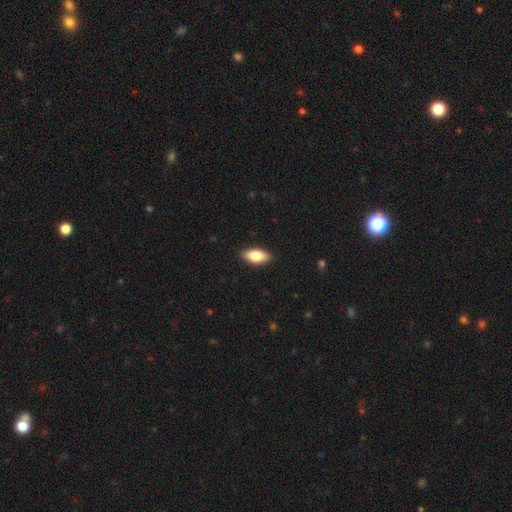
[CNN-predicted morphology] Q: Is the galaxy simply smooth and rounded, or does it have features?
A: smooth — 78%.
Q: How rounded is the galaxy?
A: in between — 88%.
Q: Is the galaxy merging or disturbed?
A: none — 90%.